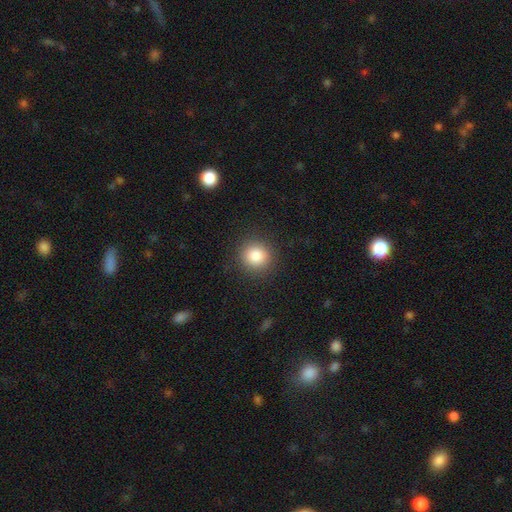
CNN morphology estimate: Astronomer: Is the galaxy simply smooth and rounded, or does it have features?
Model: smooth — 85%.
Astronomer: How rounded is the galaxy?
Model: round — 92%.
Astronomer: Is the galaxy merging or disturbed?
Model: none — 90%.